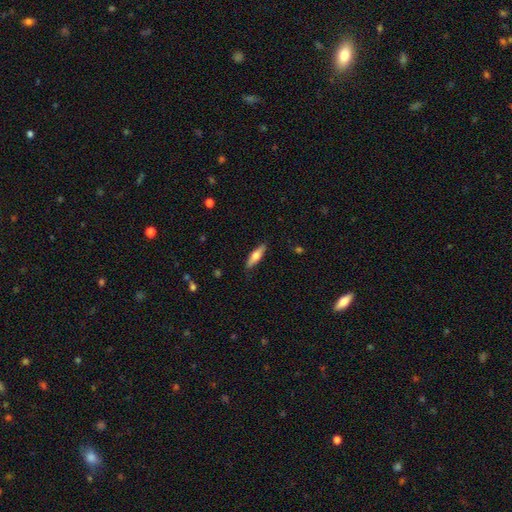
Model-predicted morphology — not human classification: smooth-or-featured: smooth: 57% | featured or disk: 37% | star or artifact: 6%
  how-rounded: cigar-shaped: 62% | in between: 36% | round: 2%
  merging: none: 87% | minor disturbance: 10% | major disturbance: 2% | merger: 1%